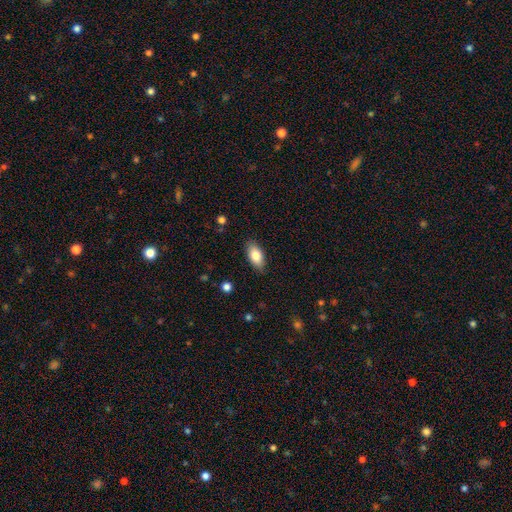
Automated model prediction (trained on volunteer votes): Morphology: type=smooth (82%); roundness=in between (92%); merging=none (86%).